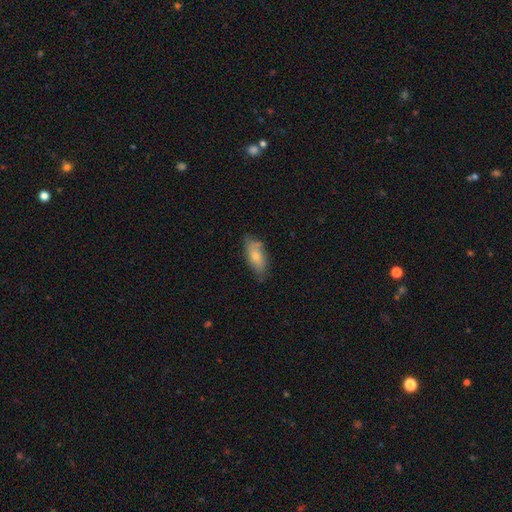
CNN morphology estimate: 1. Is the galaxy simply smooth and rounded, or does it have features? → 69% smooth, 24% featured or disk, 7% star or artifact.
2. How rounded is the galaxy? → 82% in between, 15% cigar-shaped, 3% round.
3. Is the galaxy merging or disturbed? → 66% none, 26% minor disturbance, 5% major disturbance, 3% merger.